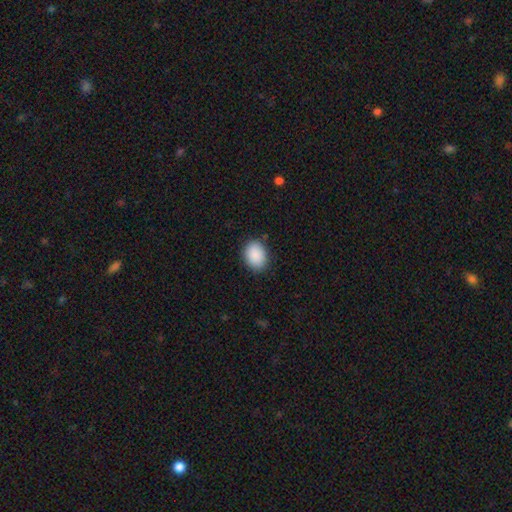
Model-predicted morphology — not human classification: This is clearly a smooth galaxy (90%). How rounded: likely in between (64%). Merging: clearly none (85%).